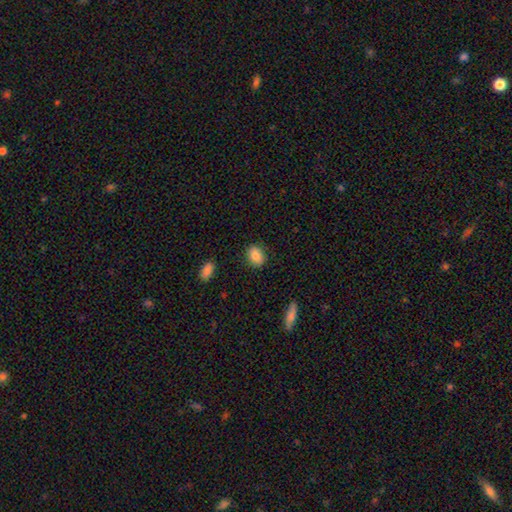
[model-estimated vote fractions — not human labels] smooth 86%, star or artifact 8%, featured or disk 6%. Down the decision tree: how rounded — in between (71%); merging — none (85%).